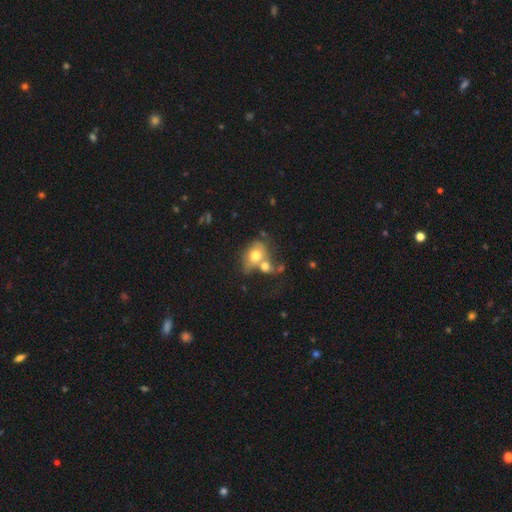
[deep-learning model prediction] Morphology: type=smooth (68%); roundness=in between (67%); merging=merger (53%).